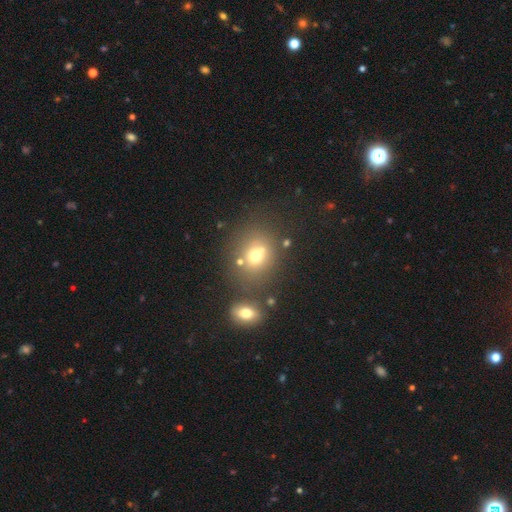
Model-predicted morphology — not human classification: smooth_or_featured: smooth (p=0.67) [alt: star or artifact p=0.17]
how_rounded: round (p=0.67) [alt: in between p=0.32]
merging: none (p=0.56) [alt: merger p=0.25]